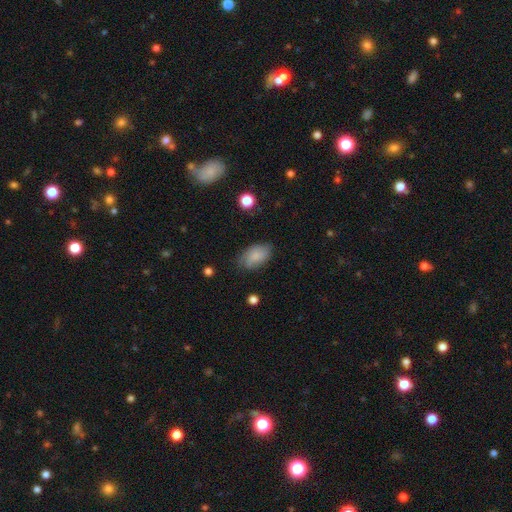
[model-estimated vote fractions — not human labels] A smooth galaxy with no disk features (81%) that is in between round and cigar-shaped (92%).

Vote fractions:
- Smooth or featured? smooth: 81% / featured or disk: 11% / star or artifact: 7%
- How rounded? in between: 92% / round: 6% / cigar-shaped: 2%
- Merging? none: 72% / minor disturbance: 21% / major disturbance: 5% / merger: 1%